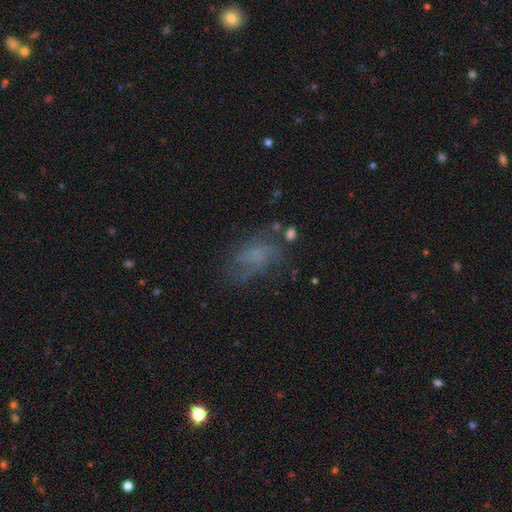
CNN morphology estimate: This is possibly a featured or disk galaxy (49%). Merging: possibly none (51%).